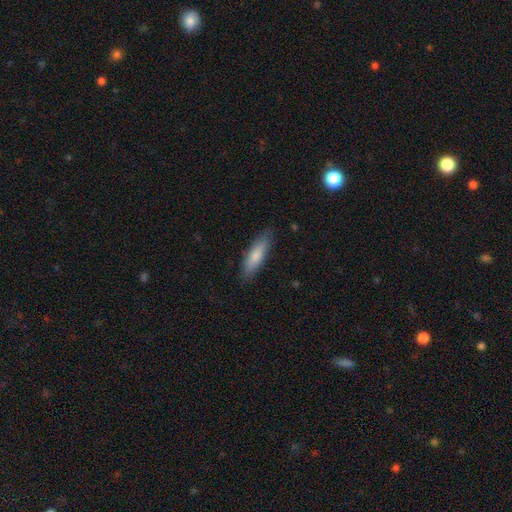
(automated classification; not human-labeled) smooth_or_featured: smooth (p=0.80) [alt: featured or disk p=0.15]
how_rounded: cigar-shaped (p=0.64) [alt: in between p=0.35]
merging: none (p=0.85) [alt: minor disturbance p=0.12]